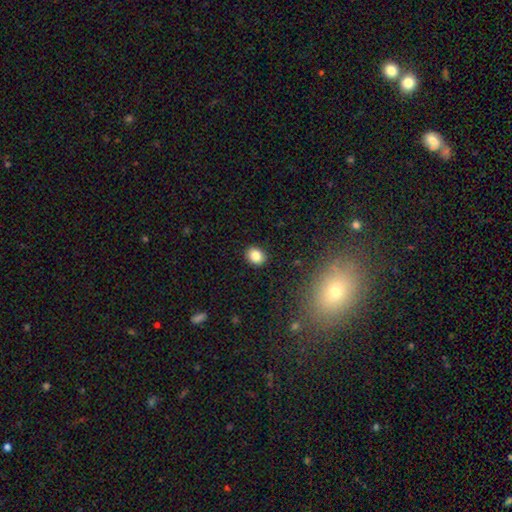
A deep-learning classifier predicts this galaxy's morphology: This appears to be a smooth galaxy with no disk features (84%) that is round (55%). Merging: none (90%).